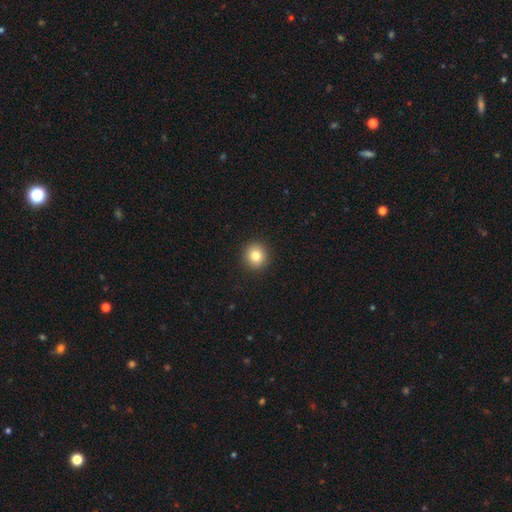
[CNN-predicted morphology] This is clearly a smooth galaxy (82%). How rounded: clearly round (92%). Merging: clearly none (92%).